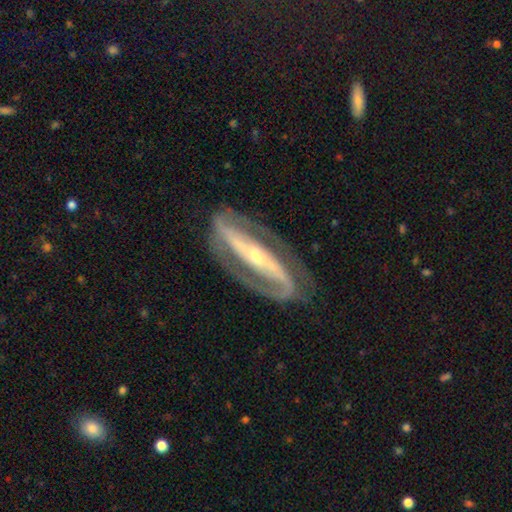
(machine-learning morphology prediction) smooth-or-featured: featured or disk: 91% | smooth: 5% | star or artifact: 4%
  disk-edge-on: no: 90% | yes: 10%
    bar: strong: 73% | no: 14% | weak: 13%
    has-spiral-arms: yes: 95% | no: 5%
      spiral-winding: medium: 45% | tight: 38% | loose: 17%
      spiral-arm-count: 2: 91% | can't tell: 3% | 1: 3% | 3: 1% | 4: 1% | more than 4: 1%
    bulge-size: small: 59% | moderate: 37% | large: 2% | none: 1% | dominant: 1%
  merging: none: 81% | minor disturbance: 12% | major disturbance: 6% | merger: 1%